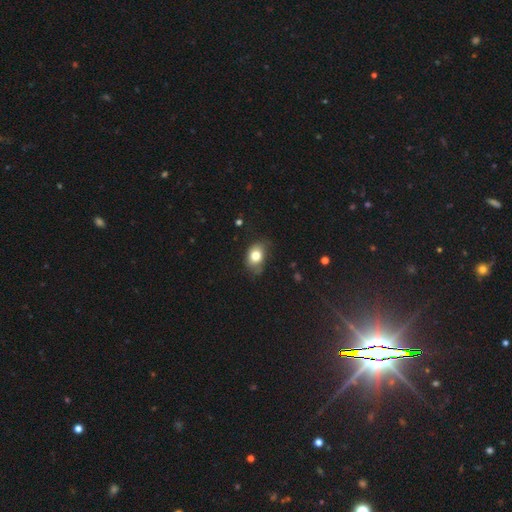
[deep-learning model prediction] Smooth or featured: smooth — 78% (featured or disk — 13%)
How rounded: in between — 72% (round — 27%)
Merging: none — 58% (minor disturbance — 31%)